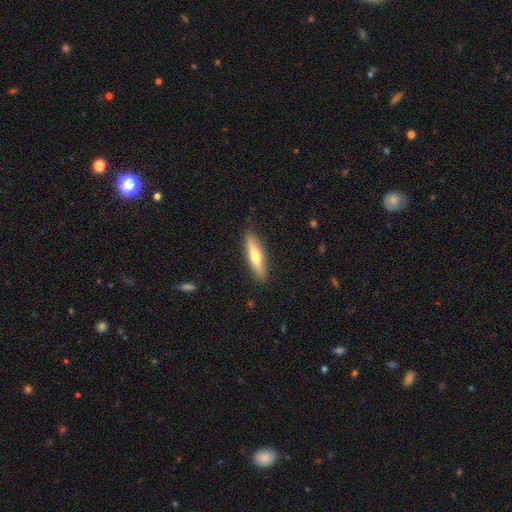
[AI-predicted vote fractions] Smooth or featured? smooth (59%)
How rounded? cigar-shaped (72%)
Merging? none (86%)